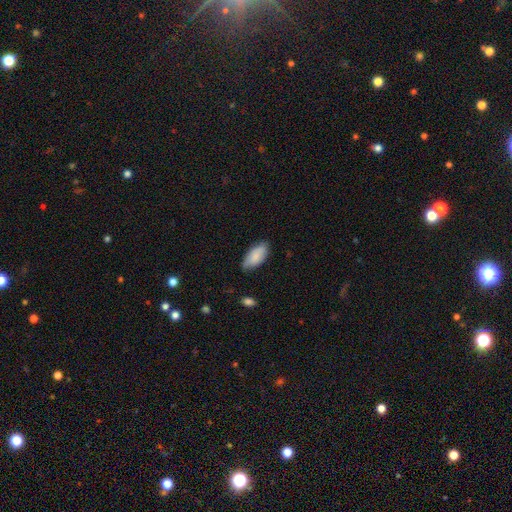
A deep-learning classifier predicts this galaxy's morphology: smooth 82%, featured or disk 12%, star or artifact 6%. Down the decision tree: how rounded — in between (91%); merging — none (75%).